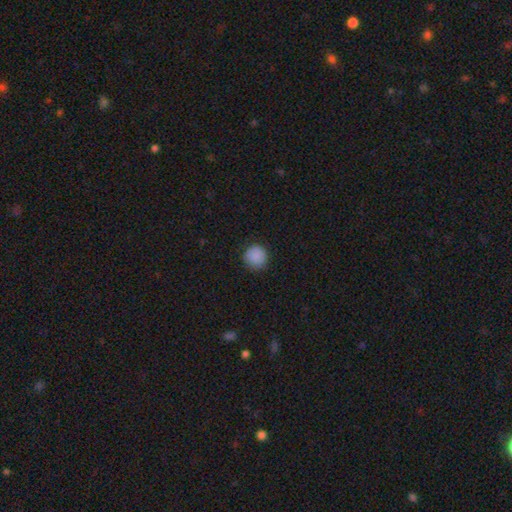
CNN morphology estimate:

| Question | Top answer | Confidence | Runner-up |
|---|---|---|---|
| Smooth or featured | smooth | 88% | star or artifact (9%) |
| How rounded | round | 94% | in between (5%) |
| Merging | none | 89% | minor disturbance (8%) |